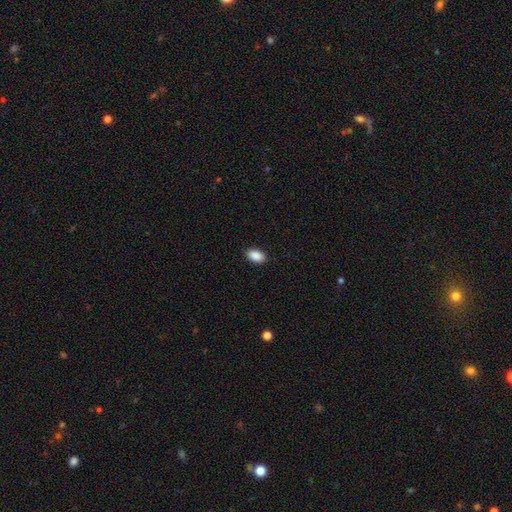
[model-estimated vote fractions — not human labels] This is clearly a smooth galaxy (90%). How rounded: clearly in between (93%). Merging: clearly none (89%).